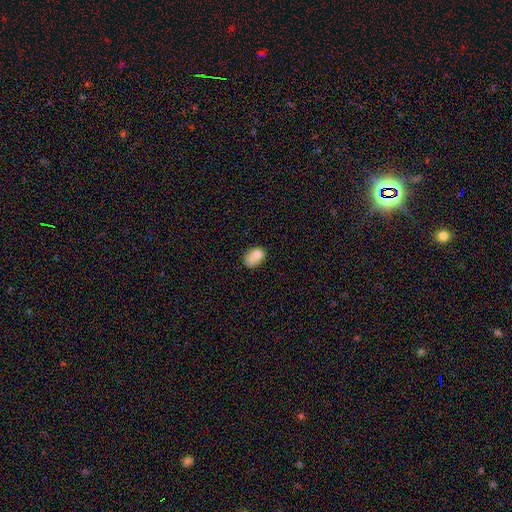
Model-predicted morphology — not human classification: Smooth or featured? Predicted: smooth (p=0.79). How rounded? Predicted: in between (p=0.82). Merging? Predicted: none (p=0.49).